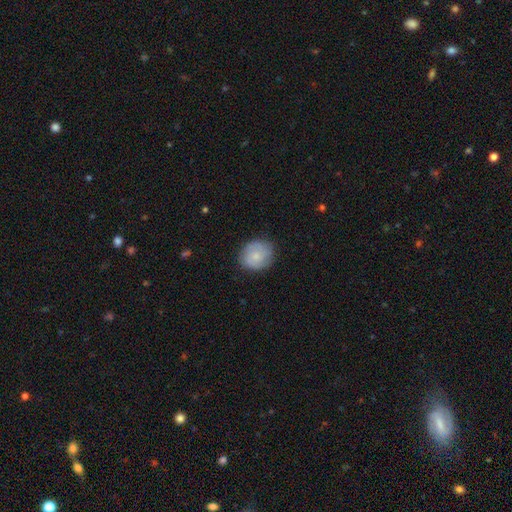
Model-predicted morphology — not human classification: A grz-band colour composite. It shows a smooth galaxy with no disk features (61%) that is round (73%). Merging: none (81%).